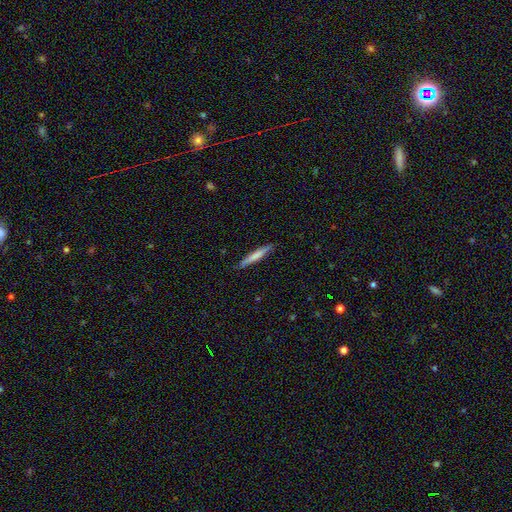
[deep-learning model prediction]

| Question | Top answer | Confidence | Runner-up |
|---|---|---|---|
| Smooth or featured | smooth | 66% | featured or disk (28%) |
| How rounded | cigar-shaped | 95% | in between (4%) |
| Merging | none | 87% | minor disturbance (10%) |